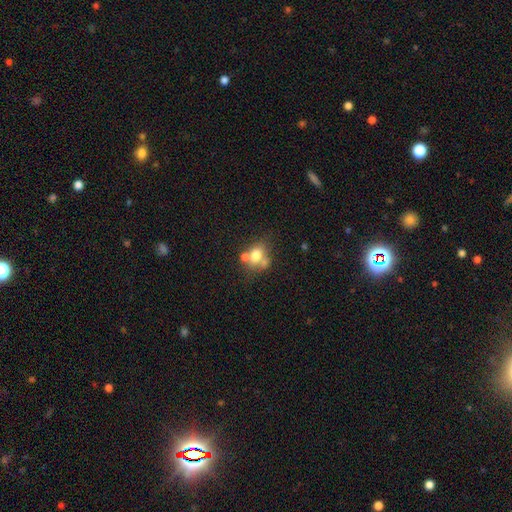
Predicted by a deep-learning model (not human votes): Smooth or featured? Predicted: smooth (p=0.69). How rounded? Predicted: in between (p=0.52). Merging? Predicted: none (p=0.41).